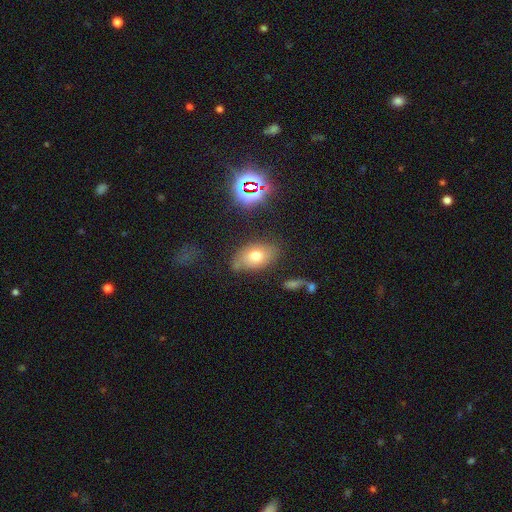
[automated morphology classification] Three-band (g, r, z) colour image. It shows a smooth galaxy with no disk features (69%) that is in between round and cigar-shaped (87%). Merging: none (68%).